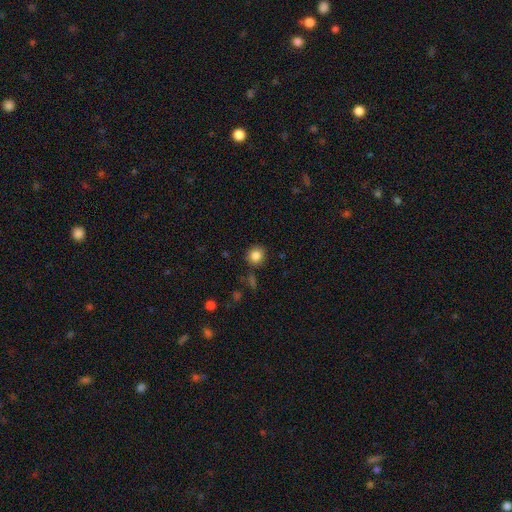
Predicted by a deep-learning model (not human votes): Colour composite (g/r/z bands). It shows a smooth galaxy with no disk features (84%) that is round (88%). Merging: none (87%).